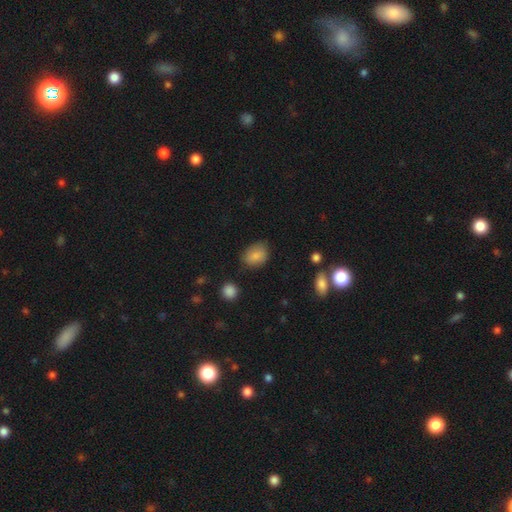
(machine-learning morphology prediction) The model was most divided on "how rounded": in between: 68%, round: 31%, cigar-shaped: 1%. More confident: smooth or featured — smooth (84%); merging — none (70%).